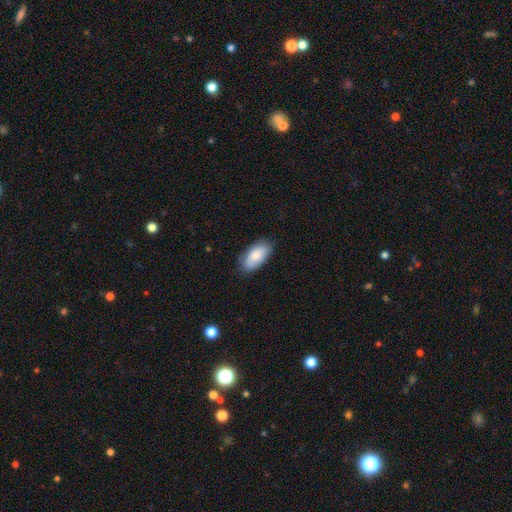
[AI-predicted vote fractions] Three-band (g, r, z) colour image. It shows a smooth galaxy with no disk features (79%) that is in between round and cigar-shaped (93%). Merging: none (80%).